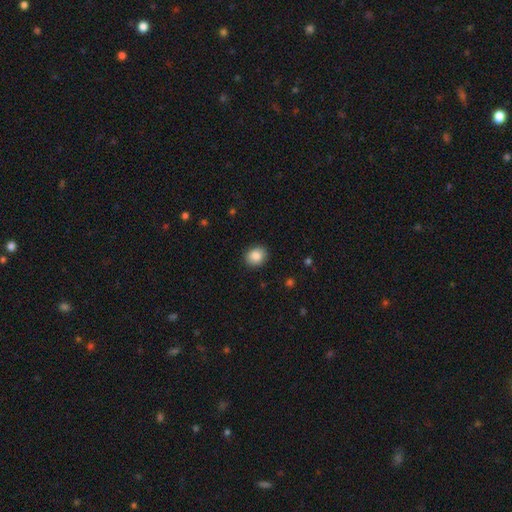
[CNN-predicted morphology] This is clearly a smooth galaxy (86%). How rounded: likely round (67%). Merging: clearly none (89%).